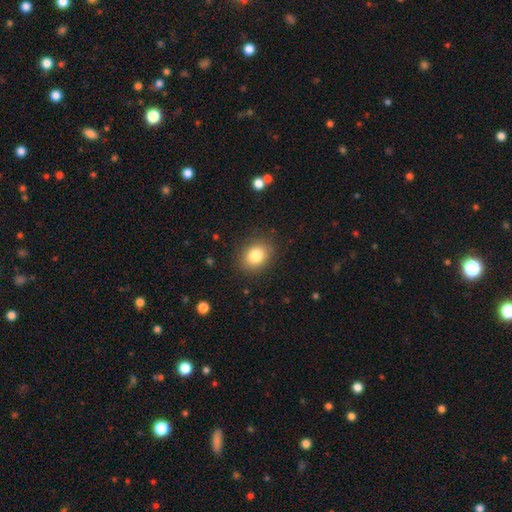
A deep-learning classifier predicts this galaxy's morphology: The model was most divided on "how rounded": in between: 53%, round: 46%, cigar-shaped: 1%. More confident: merging — none (87%); smooth or featured — smooth (82%).